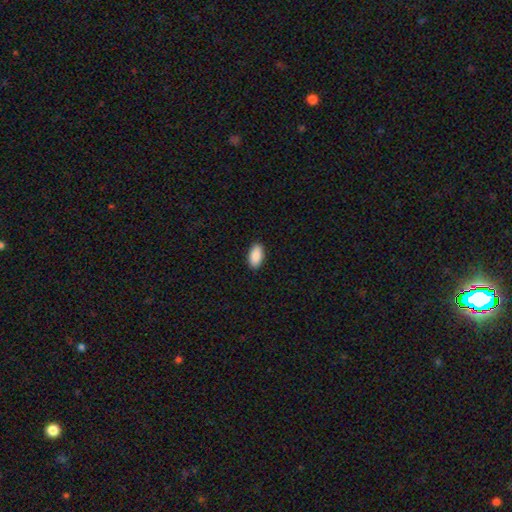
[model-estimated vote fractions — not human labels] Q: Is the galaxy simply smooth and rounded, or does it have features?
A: smooth — 91%.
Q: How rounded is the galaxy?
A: in between — 95%.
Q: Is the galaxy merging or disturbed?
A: none — 91%.